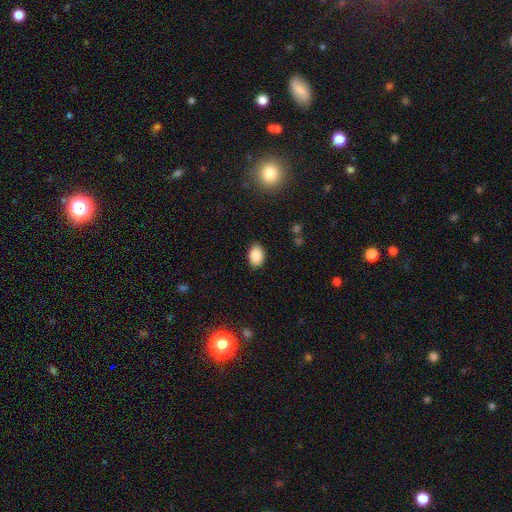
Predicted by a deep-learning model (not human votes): This appears to be a smooth galaxy with no disk features (87%) that is in between round and cigar-shaped (84%). Merging: none (87%).